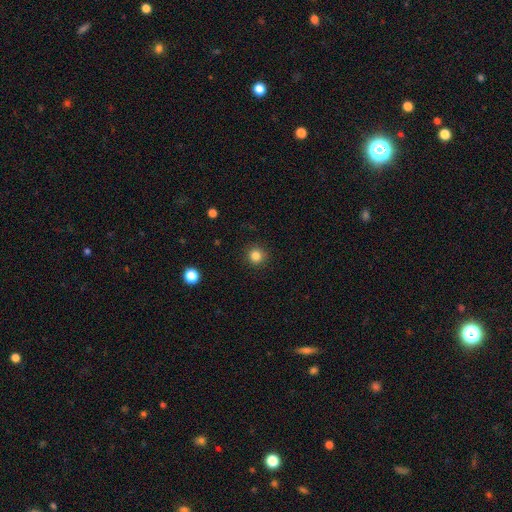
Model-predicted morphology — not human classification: smooth-or-featured: smooth: 84% | star or artifact: 12% | featured or disk: 4%
  how-rounded: round: 95% | in between: 5% | cigar-shaped: 1%
  merging: none: 91% | minor disturbance: 6% | major disturbance: 2% | merger: 1%